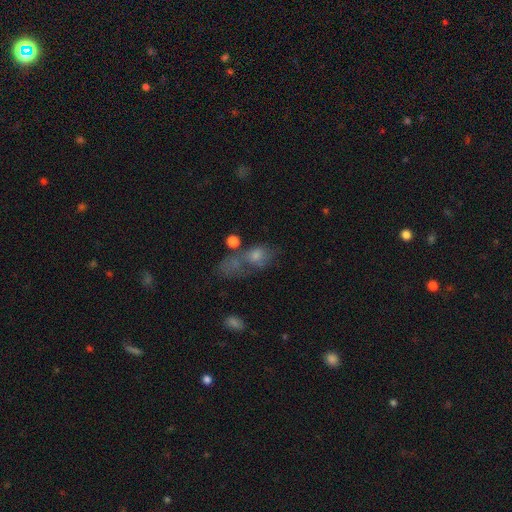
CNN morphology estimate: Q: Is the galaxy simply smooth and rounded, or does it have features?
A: smooth — 54%.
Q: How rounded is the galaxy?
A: in between — 63%.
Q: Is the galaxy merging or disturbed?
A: merger — 31%.